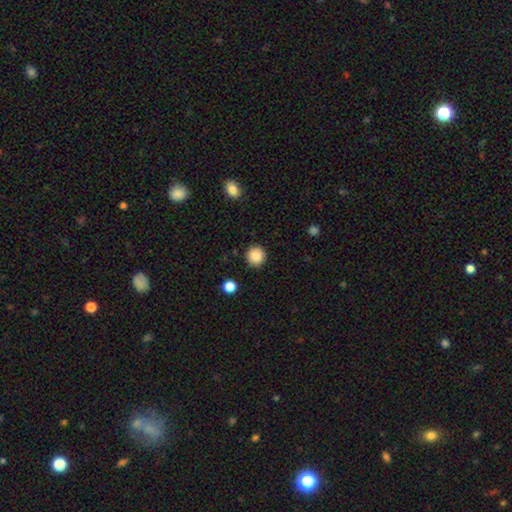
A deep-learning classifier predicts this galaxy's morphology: type=smooth (86%); roundness=round (94%); merging=none (91%).